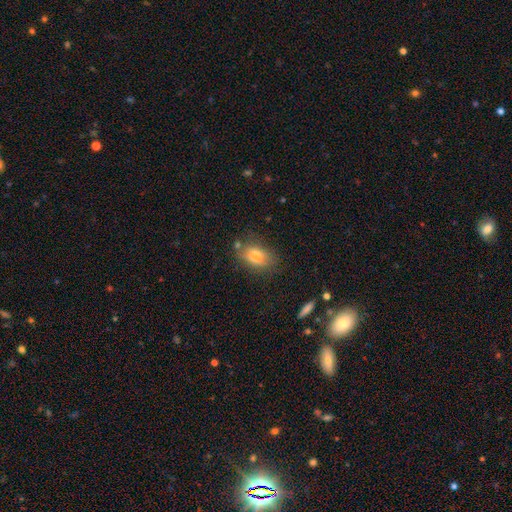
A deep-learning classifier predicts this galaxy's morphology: smooth 76%, featured or disk 15%, star or artifact 10%. Down the decision tree: how rounded — in between (84%); merging — none (67%).